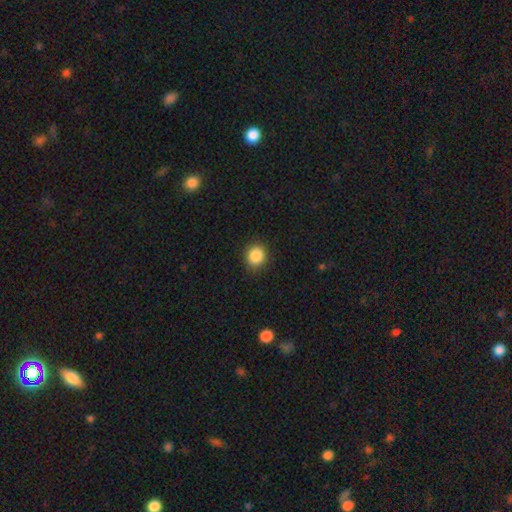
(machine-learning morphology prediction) smooth 87%, star or artifact 9%, featured or disk 3%. Down the decision tree: how rounded — round (79%); merging — none (89%).